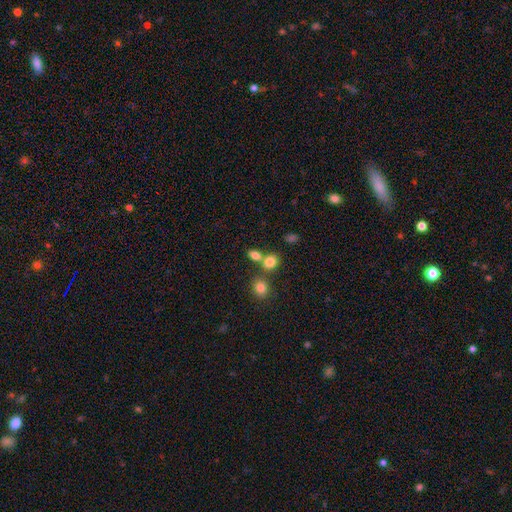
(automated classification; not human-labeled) smooth_or_featured: smooth (p=0.80) [alt: star or artifact p=0.12]
how_rounded: in between (p=0.63) [alt: round p=0.35]
merging: none (p=0.51) [alt: merger p=0.35]